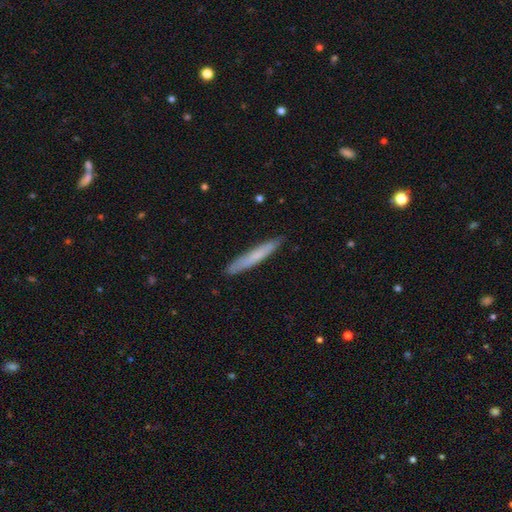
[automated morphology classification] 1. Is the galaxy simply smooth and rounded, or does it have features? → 67% smooth, 27% featured or disk, 6% star or artifact.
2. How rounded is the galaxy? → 96% cigar-shaped, 3% in between, 1% round.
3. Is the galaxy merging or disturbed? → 89% none, 9% minor disturbance, 1% major disturbance, 1% merger.